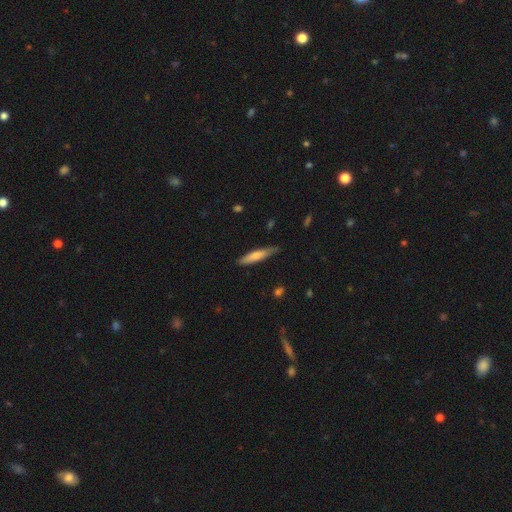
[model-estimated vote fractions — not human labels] Smooth or featured?
  - smooth: 66% *
  - featured or disk: 29%
  - star or artifact: 6%
How rounded?
  - cigar-shaped: 86% *
  - in between: 13%
  - round: 1%
Merging?
  - none: 79% *
  - minor disturbance: 17%
  - major disturbance: 2%
  - merger: 1%